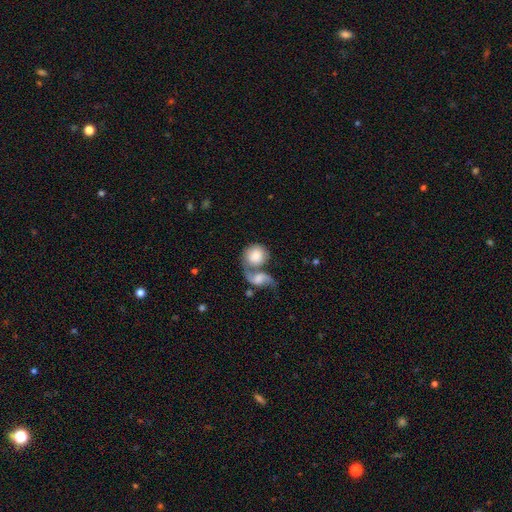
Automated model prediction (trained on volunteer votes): smooth-or-featured: smooth: 63% | featured or disk: 30% | star or artifact: 6%
  how-rounded: round: 75% | in between: 24% | cigar-shaped: 2%
  merging: merger: 64% | none: 21% | major disturbance: 8% | minor disturbance: 7%